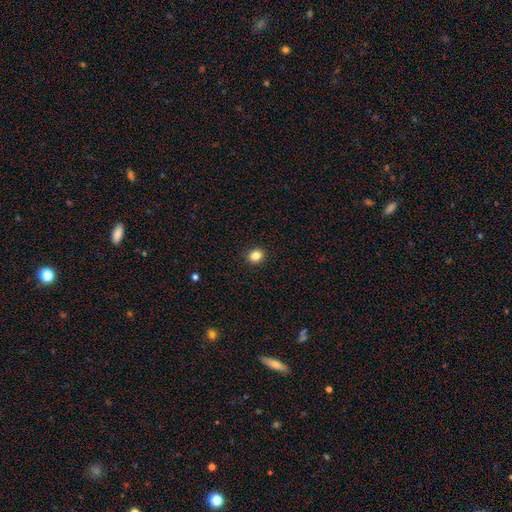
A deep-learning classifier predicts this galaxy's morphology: type=smooth (84%); roundness=round (67%); merging=none (92%).